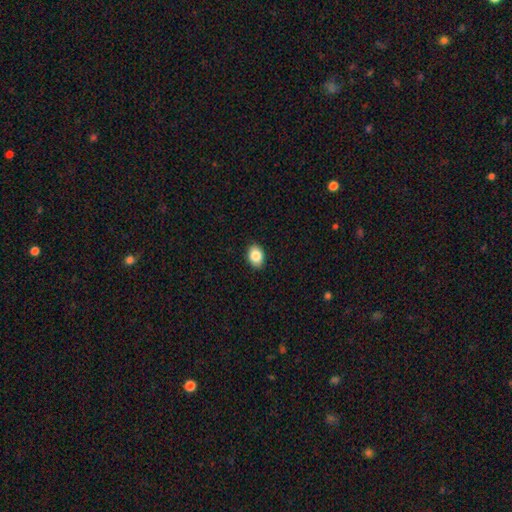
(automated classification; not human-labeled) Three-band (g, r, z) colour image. It shows a smooth galaxy with no disk features (86%) that is in between round and cigar-shaped (76%). Merging: none (89%).